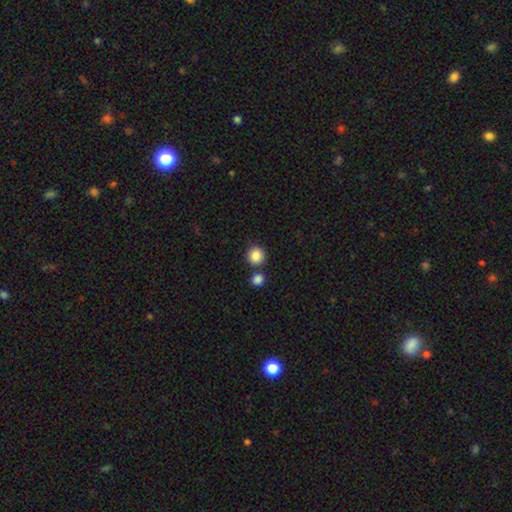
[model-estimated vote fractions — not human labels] Smooth or featured?
  - smooth: 87% *
  - star or artifact: 9%
  - featured or disk: 4%
How rounded?
  - round: 93% *
  - in between: 7%
  - cigar-shaped: 1%
Merging?
  - none: 76% *
  - merger: 14%
  - minor disturbance: 8%
  - major disturbance: 2%